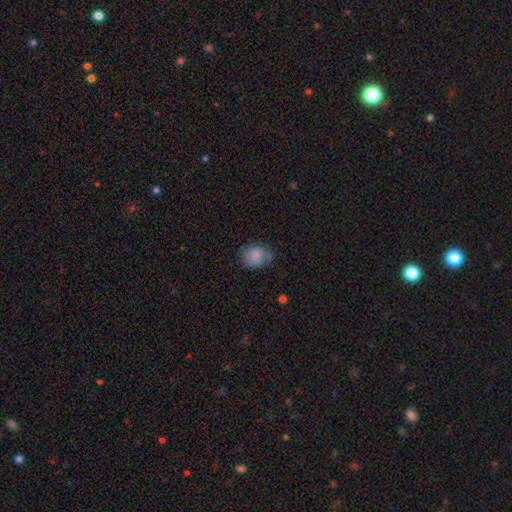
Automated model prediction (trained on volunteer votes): Smooth or featured?
  - smooth: 82% *
  - featured or disk: 10%
  - star or artifact: 8%
How rounded?
  - in between: 57% *
  - round: 42%
  - cigar-shaped: 1%
Merging?
  - none: 70% *
  - minor disturbance: 23%
  - major disturbance: 6%
  - merger: 1%